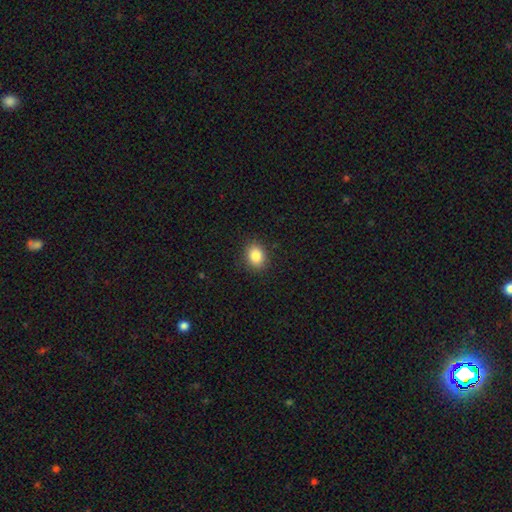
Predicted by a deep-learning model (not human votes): Smooth or featured: smooth — 85% (star or artifact — 9%)
How rounded: in between — 54% (round — 45%)
Merging: none — 88% (minor disturbance — 8%)